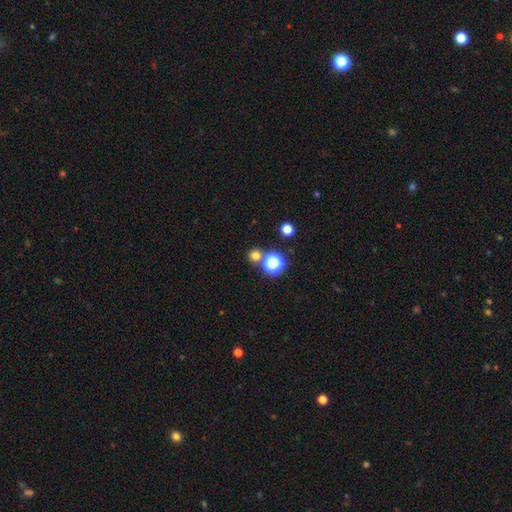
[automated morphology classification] A smooth galaxy with no disk features (71%) that is round (91%).

Vote fractions:
- Smooth or featured? smooth: 71% / star or artifact: 24% / featured or disk: 5%
- How rounded? round: 91% / in between: 8% / cigar-shaped: 1%
- Merging? none: 74% / merger: 16% / minor disturbance: 6% / major disturbance: 3%